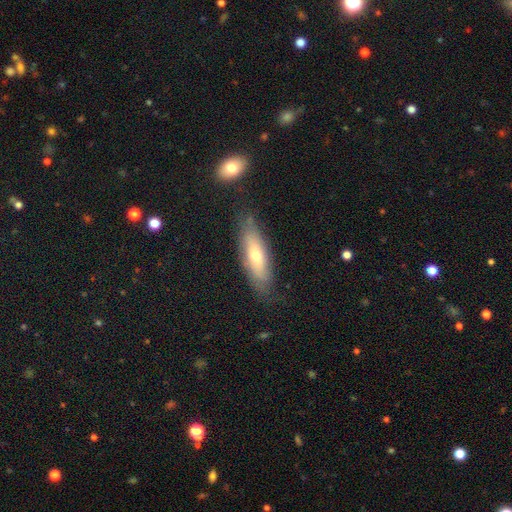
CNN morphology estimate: type=smooth (53%); roundness=cigar-shaped (52%); merging=none (75%).